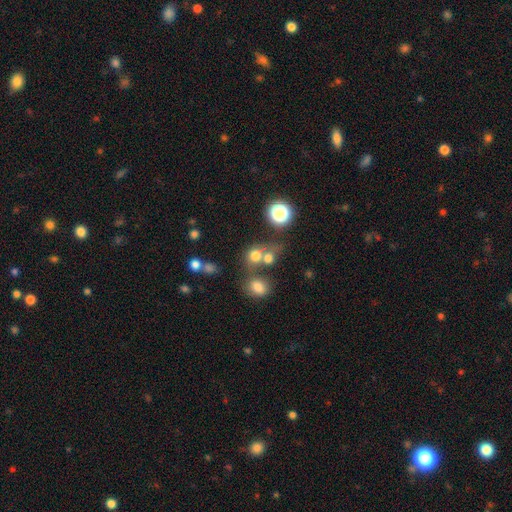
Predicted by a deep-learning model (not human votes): Smooth or featured: smooth — 71% (star or artifact — 18%)
How rounded: round — 74% (in between — 25%)
Merging: none — 44% (merger — 41%)